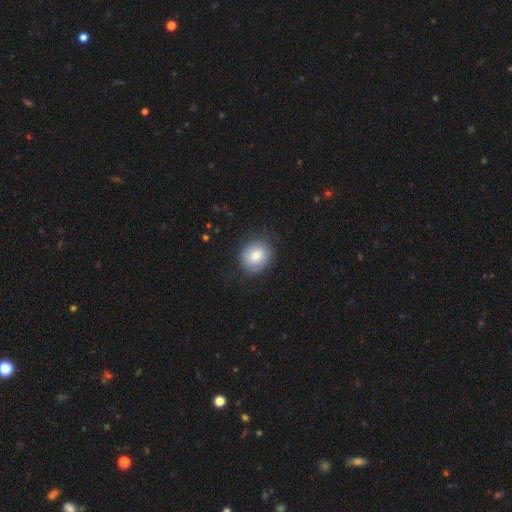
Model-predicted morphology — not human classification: Overall: smooth (79%). How rounded: round (70%). Merging: none (76%).